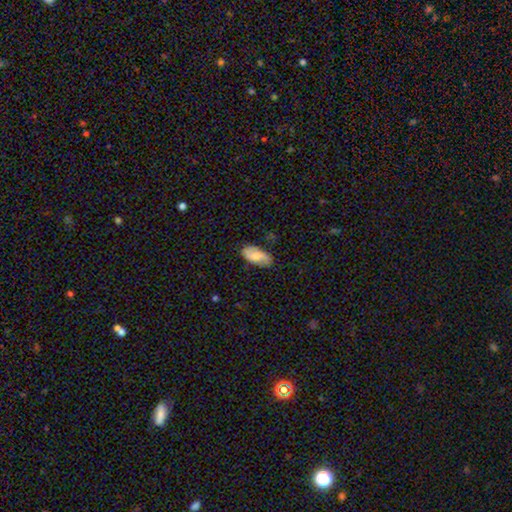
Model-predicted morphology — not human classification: smooth 65%, featured or disk 29%, star or artifact 6%. Down the decision tree: how rounded — in between (92%); merging — none (77%).